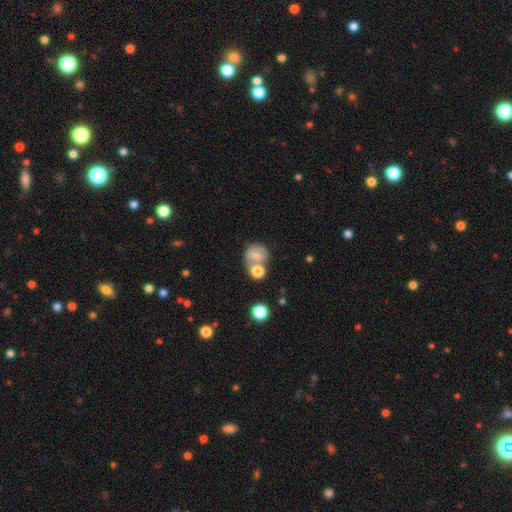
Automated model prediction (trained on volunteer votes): Smooth or featured? smooth (66%)
How rounded? round (77%)
Merging? none (43%)